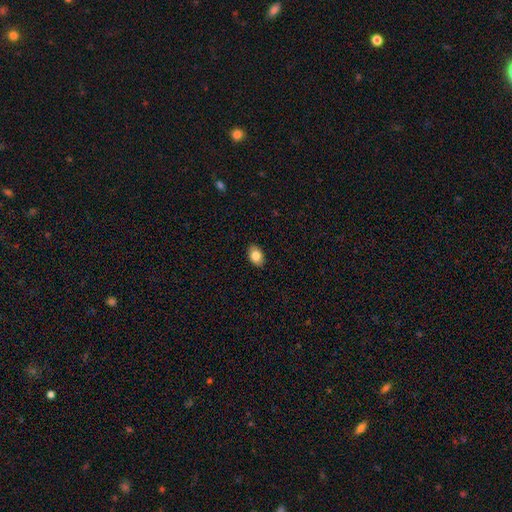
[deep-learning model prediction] This appears to be a smooth galaxy with no disk features (84%) that is in between round and cigar-shaped (85%). Merging: none (89%).